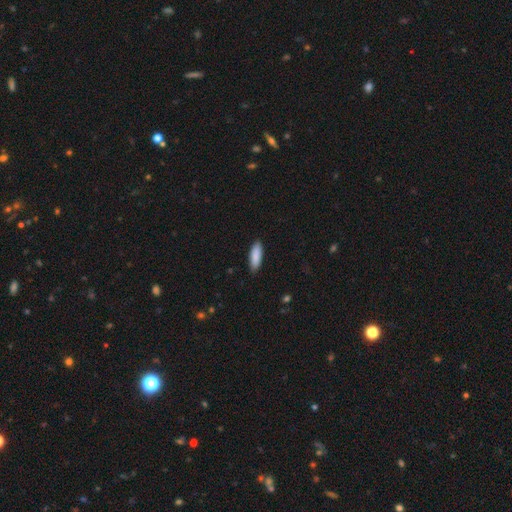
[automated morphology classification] smooth_or_featured: smooth (p=0.88) [alt: featured or disk p=0.06]
how_rounded: in between (p=0.55) [alt: cigar-shaped p=0.44]
merging: none (p=0.87) [alt: minor disturbance p=0.10]